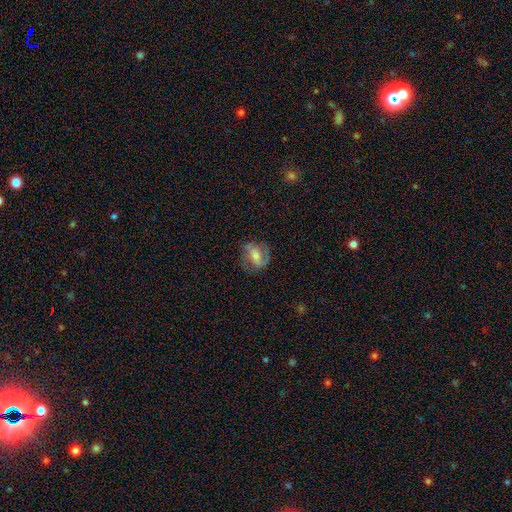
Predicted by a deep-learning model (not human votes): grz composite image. It shows a featured or disk galaxy (69%) with a weak bar (41%), 2 (75%) medium (48%) spiral arms (89%) and a moderate central bulge (49%). Merging: none (69%).